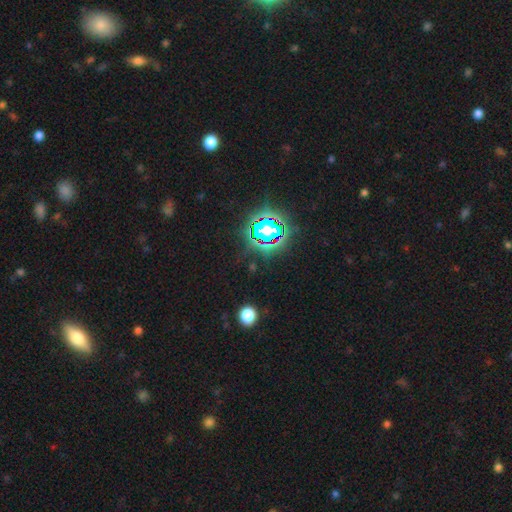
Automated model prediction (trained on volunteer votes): This is clearly a star or artifact rather than a galaxy (81%).